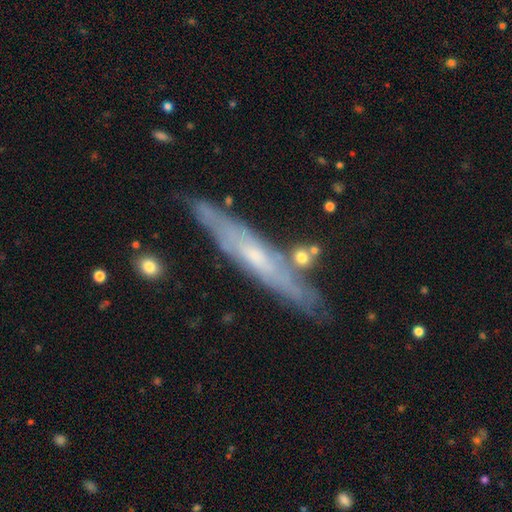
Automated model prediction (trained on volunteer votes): Smooth or featured? featured or disk (69%)
Edge-on disk? yes (77%)
Edge-on bulge? none (52%)
Merging? none (79%)